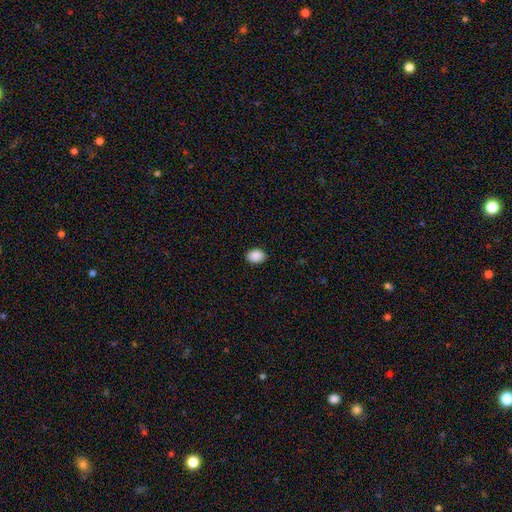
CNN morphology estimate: The model was most divided on "how rounded": in between: 75%, round: 24%, cigar-shaped: 1%. More confident: smooth or featured — smooth (90%); merging — none (90%).